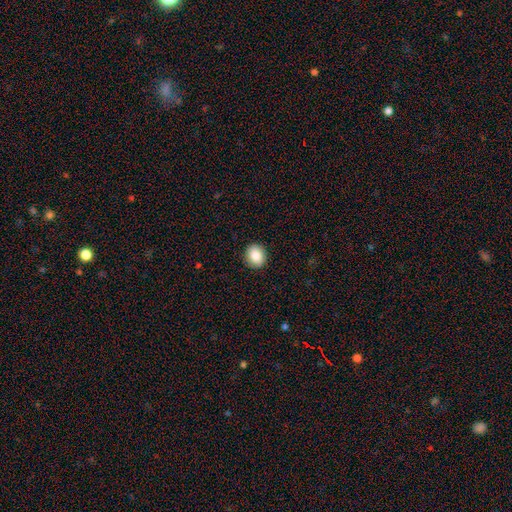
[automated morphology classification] Smooth or featured: smooth — 86% (star or artifact — 8%)
How rounded: round — 68% (in between — 31%)
Merging: none — 90% (minor disturbance — 7%)